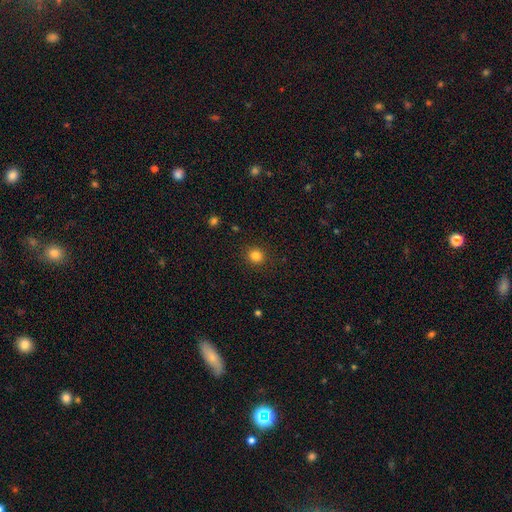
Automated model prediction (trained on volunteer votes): Morphology: type=smooth (83%); roundness=round (90%); merging=none (91%).